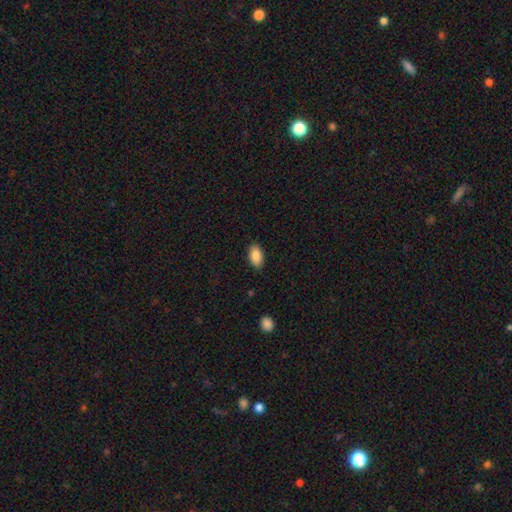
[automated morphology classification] This is clearly a smooth galaxy (89%). How rounded: clearly in between (93%). Merging: clearly none (87%).